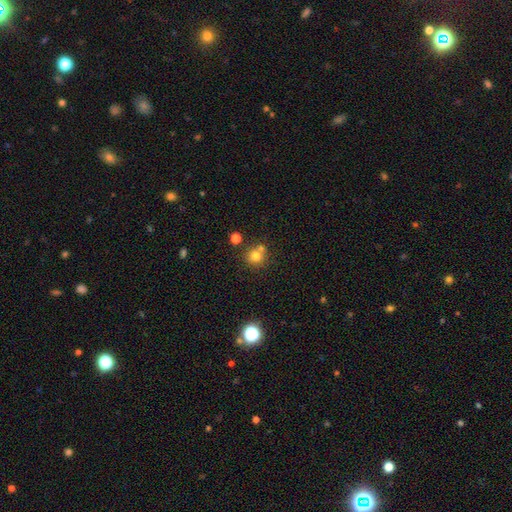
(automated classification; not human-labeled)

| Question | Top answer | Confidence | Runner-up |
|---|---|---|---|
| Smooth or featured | smooth | 75% | star or artifact (14%) |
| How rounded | round | 89% | in between (10%) |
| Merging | none | 60% | merger (28%) |